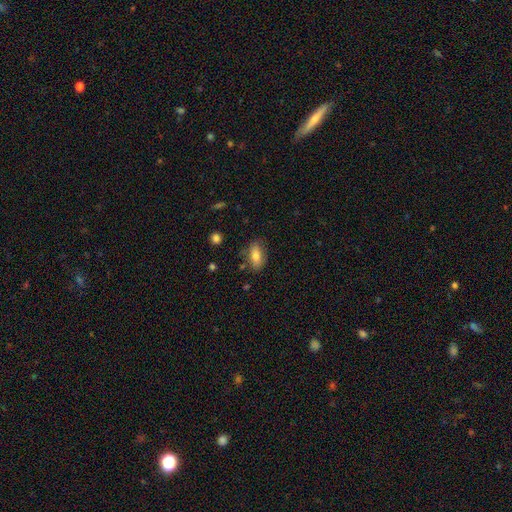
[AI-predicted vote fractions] smooth_or_featured: smooth (p=0.76) [alt: featured or disk p=0.17]
how_rounded: in between (p=0.87) [alt: cigar-shaped p=0.08]
merging: none (p=0.78) [alt: minor disturbance p=0.16]